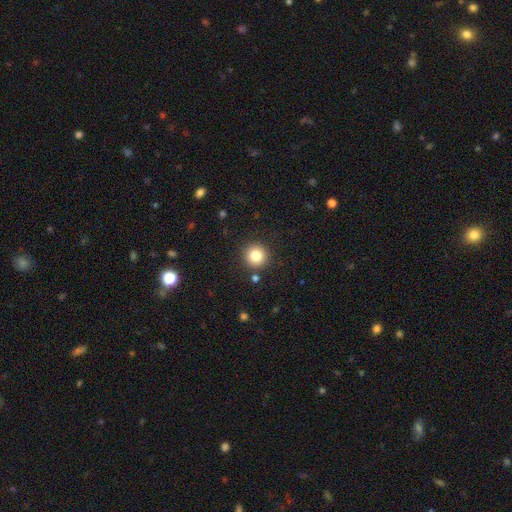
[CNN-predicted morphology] This appears to be a smooth galaxy with no disk features (82%) that is round (95%). Merging: none (90%).